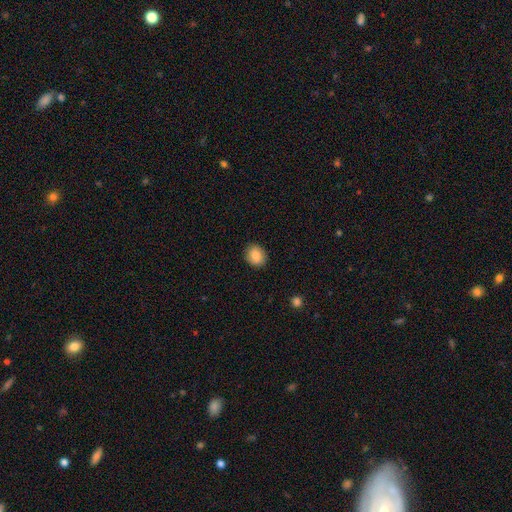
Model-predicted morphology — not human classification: A smooth galaxy with no disk features (88%) that is round (58%). Merging: none (87%).